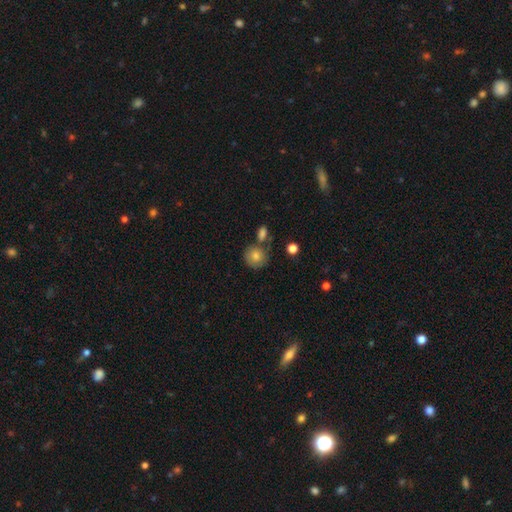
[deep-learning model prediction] A smooth galaxy with no disk features (76%) that is round (87%).

Vote fractions:
- Smooth or featured? smooth: 76% / featured or disk: 14% / star or artifact: 10%
- How rounded? round: 87% / in between: 12% / cigar-shaped: 1%
- Merging? none: 64% / merger: 19% / minor disturbance: 13% / major disturbance: 4%